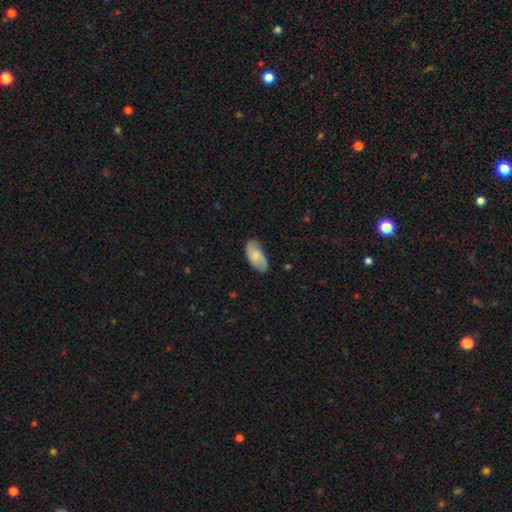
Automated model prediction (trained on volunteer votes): The model was most divided on "smooth or featured": smooth: 63%, featured or disk: 30%, star or artifact: 7%. More confident: how rounded — in between (93%); merging — none (71%).